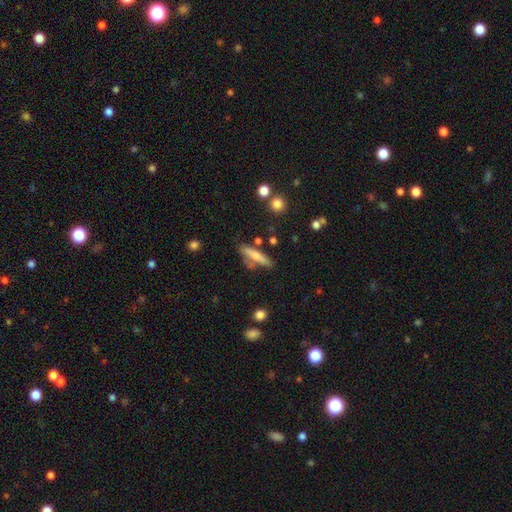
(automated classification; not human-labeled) Smooth or featured? Predicted: smooth (p=0.65). How rounded? Predicted: cigar-shaped (p=0.80). Merging? Predicted: none (p=0.71).